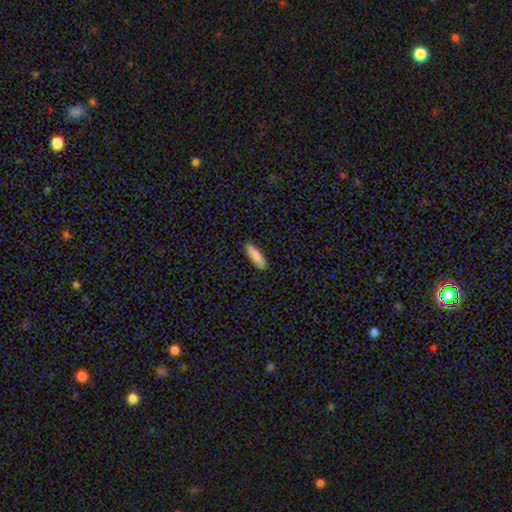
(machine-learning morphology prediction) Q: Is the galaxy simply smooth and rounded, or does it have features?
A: smooth — 86%.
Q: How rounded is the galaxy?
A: cigar-shaped — 65%.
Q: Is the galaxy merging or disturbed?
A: none — 90%.